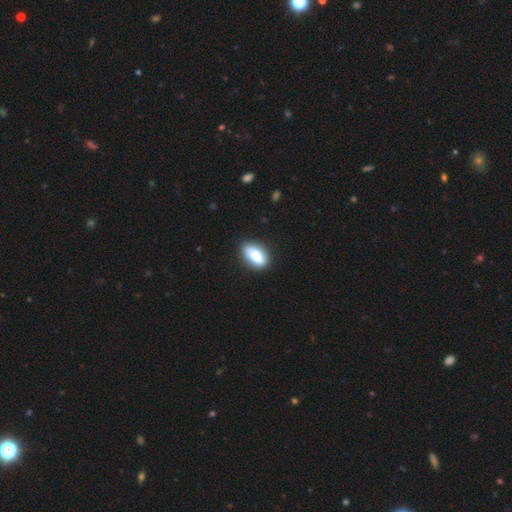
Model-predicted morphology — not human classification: This is likely a smooth galaxy (76%). How rounded: clearly in between (89%). Merging: clearly none (84%).